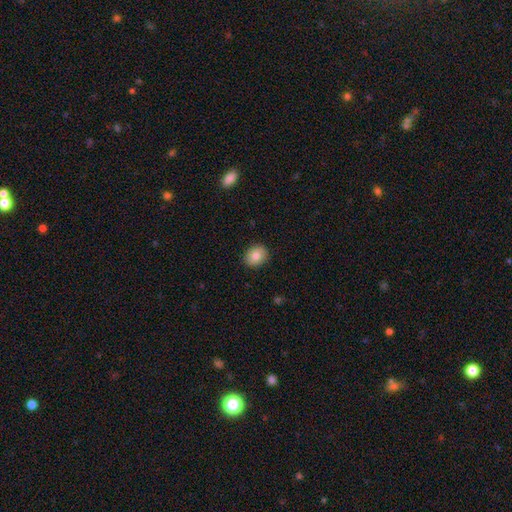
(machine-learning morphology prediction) A smooth galaxy with no disk features (83%) that is round (52%).

Vote fractions:
- Smooth or featured? smooth: 83% / featured or disk: 10% / star or artifact: 8%
- How rounded? round: 52% / in between: 47% / cigar-shaped: 1%
- Merging? none: 90% / minor disturbance: 7% / major disturbance: 2% / merger: 1%